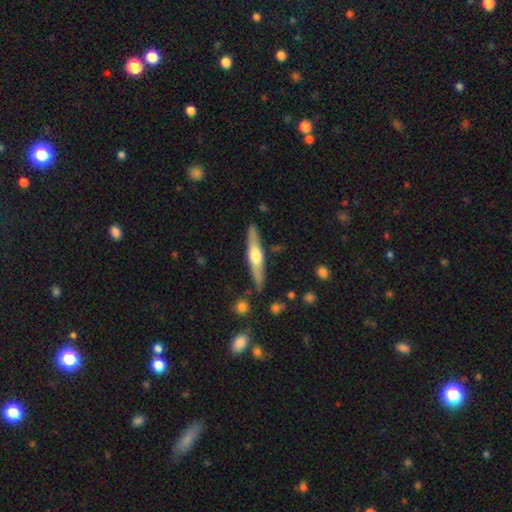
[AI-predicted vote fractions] smooth_or_featured: featured or disk (p=0.64) [alt: smooth p=0.32]
disk_edge_on: yes (p=0.95) [alt: no p=0.05]
edge_on_bulge: rounded (p=0.91) [alt: boxy p=0.06]
merging: none (p=0.86) [alt: minor disturbance p=0.09]